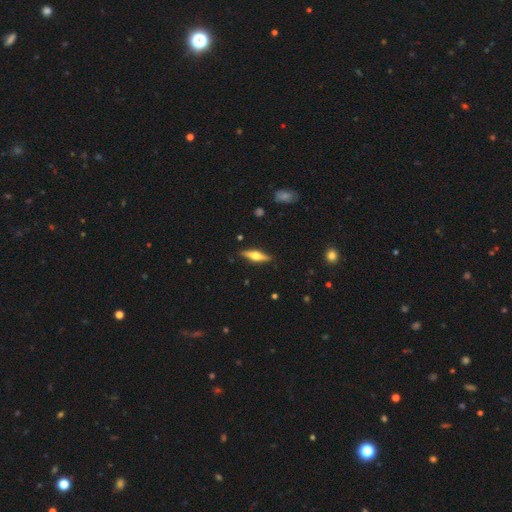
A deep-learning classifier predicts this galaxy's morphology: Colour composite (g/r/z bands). It shows a featured or disk galaxy (62%) viewed edge-on (96%) with a rounded central bulge (93%). Merging: none (89%).